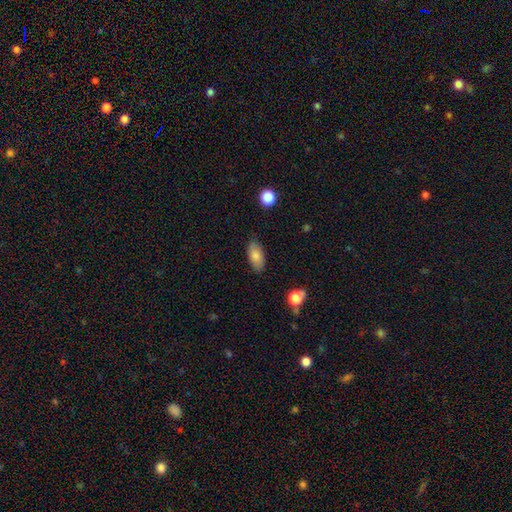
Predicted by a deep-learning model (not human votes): Smooth or featured? smooth (82%)
How rounded? in between (89%)
Merging? none (84%)